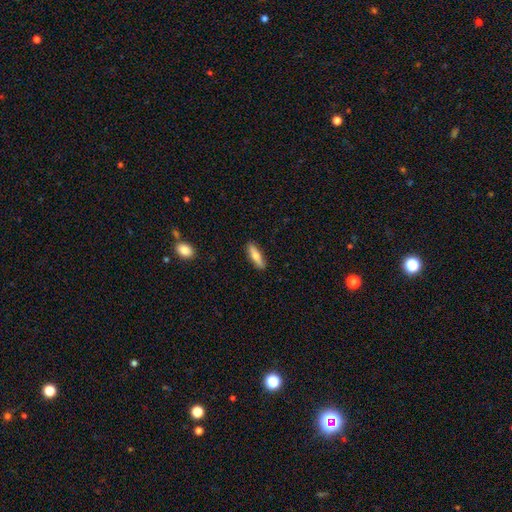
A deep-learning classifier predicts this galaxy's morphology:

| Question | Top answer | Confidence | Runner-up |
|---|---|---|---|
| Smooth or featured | smooth | 70% | featured or disk (24%) |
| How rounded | cigar-shaped | 59% | in between (39%) |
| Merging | none | 89% | minor disturbance (8%) |